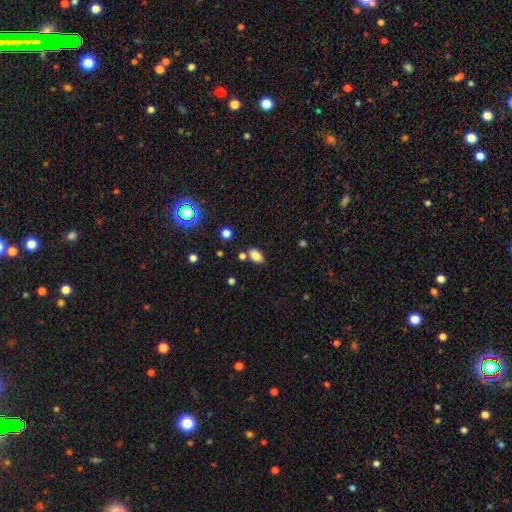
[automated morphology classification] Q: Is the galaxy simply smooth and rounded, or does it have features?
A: smooth — 82%.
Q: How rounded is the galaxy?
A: in between — 88%.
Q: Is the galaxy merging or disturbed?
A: none — 73%.